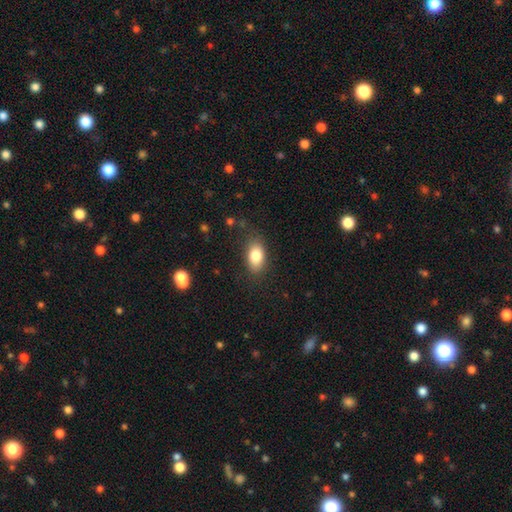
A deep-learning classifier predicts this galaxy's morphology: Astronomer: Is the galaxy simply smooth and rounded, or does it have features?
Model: smooth — 82%.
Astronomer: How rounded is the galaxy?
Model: in between — 89%.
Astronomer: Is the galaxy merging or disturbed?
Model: none — 80%.